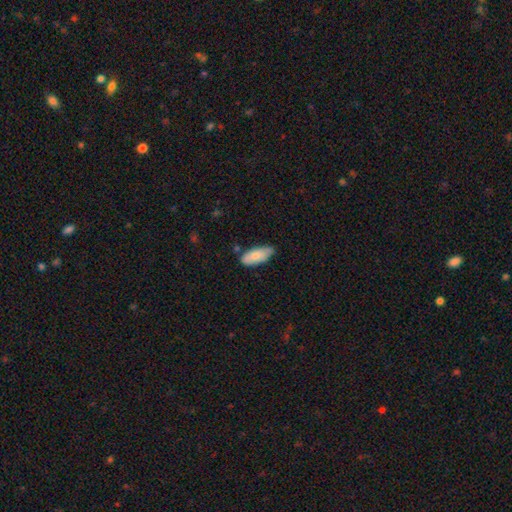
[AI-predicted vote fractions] A smooth galaxy with no disk features (79%) that is in between round and cigar-shaped (85%).

Vote fractions:
- Smooth or featured? smooth: 79% / featured or disk: 15% / star or artifact: 6%
- How rounded? in between: 85% / cigar-shaped: 13% / round: 2%
- Merging? none: 63% / minor disturbance: 29% / major disturbance: 4% / merger: 4%